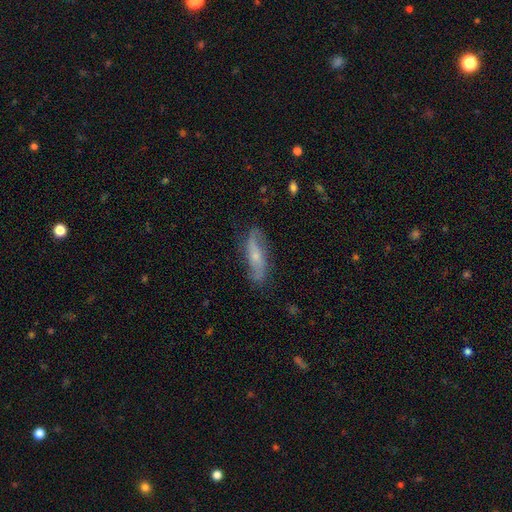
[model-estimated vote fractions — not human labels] smooth-or-featured: featured or disk: 66% | smooth: 27% | star or artifact: 7%
  disk-edge-on: no: 79% | yes: 21%
    bar: no: 58% | weak: 29% | strong: 13%
    has-spiral-arms: yes: 89% | no: 11%
    bulge-size: small: 59% | moderate: 33% | none: 5% | large: 2% | dominant: 1%
  merging: none: 76% | minor disturbance: 17% | major disturbance: 5% | merger: 1%